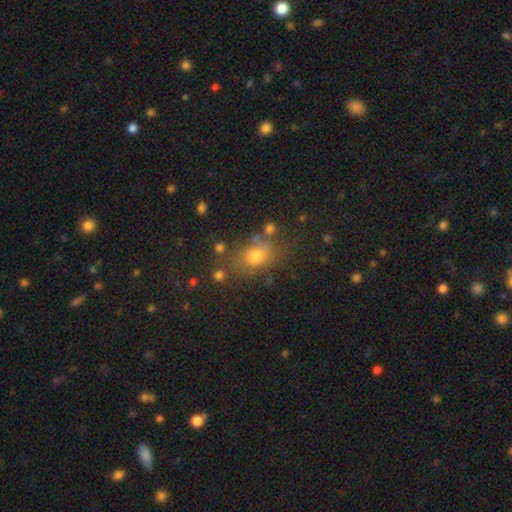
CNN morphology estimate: This appears to be a smooth galaxy with no disk features (70%) that is in between round and cigar-shaped (59%). Merging: none (65%).